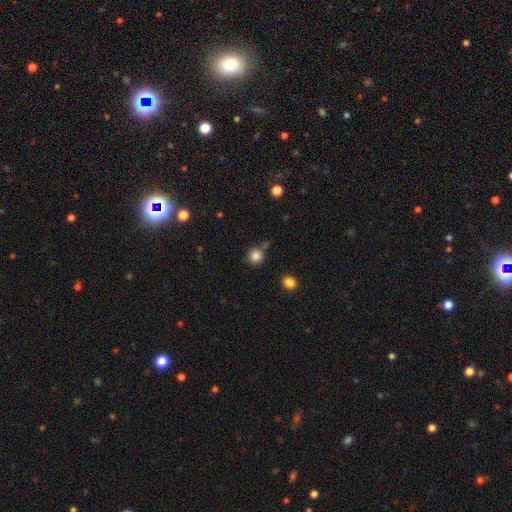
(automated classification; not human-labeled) Overall: smooth (84%). How rounded: round (93%). Merging: none (70%).